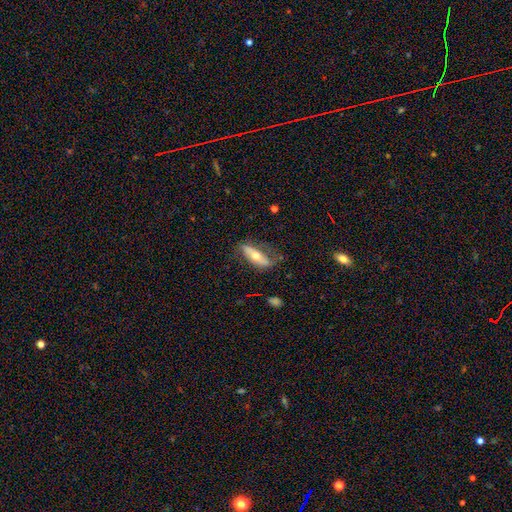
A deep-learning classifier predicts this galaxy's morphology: type=featured or disk (52%); edge-on=no (58%); merging=none (60%).